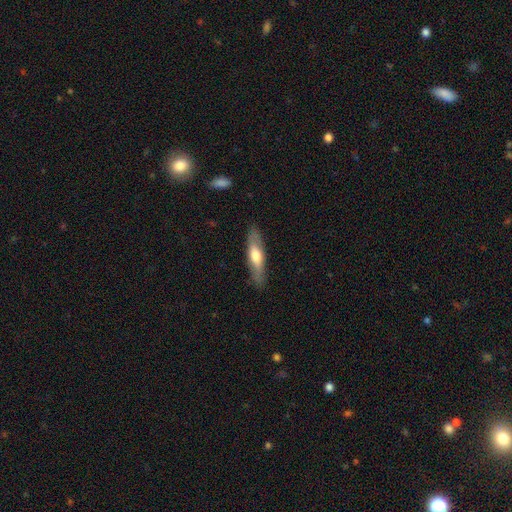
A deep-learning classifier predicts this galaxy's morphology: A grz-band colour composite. It shows a smooth galaxy with no disk features (53%) that is cigar-shaped (68%). Merging: none (85%).